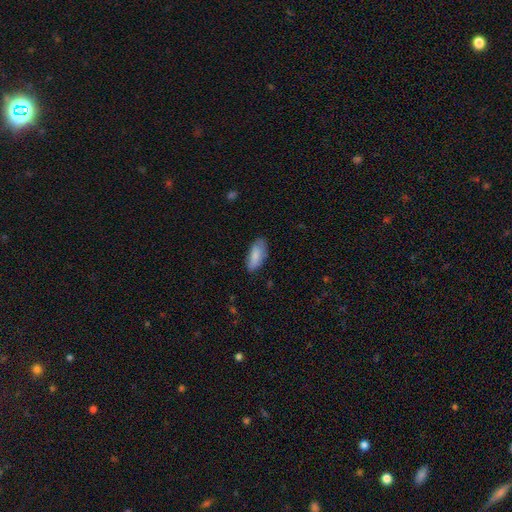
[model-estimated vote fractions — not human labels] smooth 84%, featured or disk 10%, star or artifact 6%. Down the decision tree: how rounded — in between (84%); merging — none (76%).